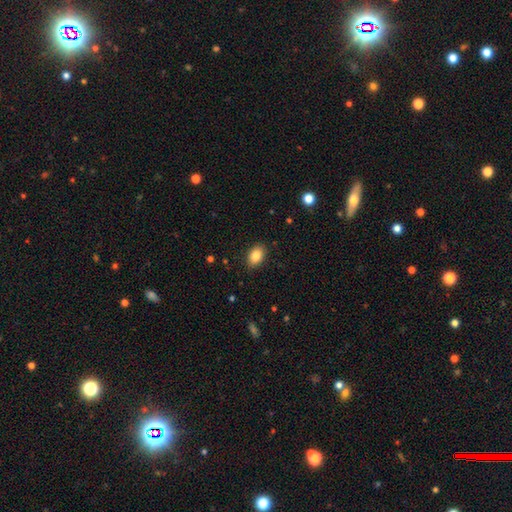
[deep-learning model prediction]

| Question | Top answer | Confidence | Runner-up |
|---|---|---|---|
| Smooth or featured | smooth | 86% | star or artifact (8%) |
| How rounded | in between | 87% | round (12%) |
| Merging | none | 88% | minor disturbance (9%) |